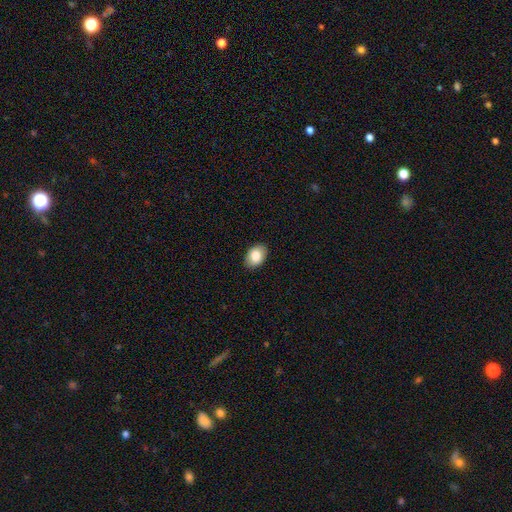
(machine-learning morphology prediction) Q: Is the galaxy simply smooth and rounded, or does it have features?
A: smooth — 84%.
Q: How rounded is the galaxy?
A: in between — 85%.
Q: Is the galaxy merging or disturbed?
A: none — 89%.